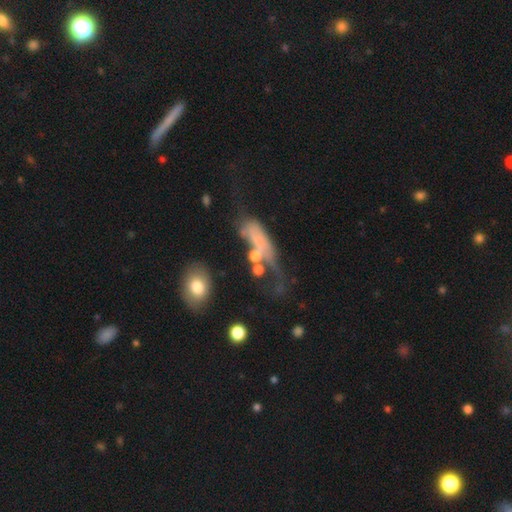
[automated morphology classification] This appears to be a smooth galaxy with no disk features (52%) that is in between round and cigar-shaped (52%). Merging: major disturbance (33%).